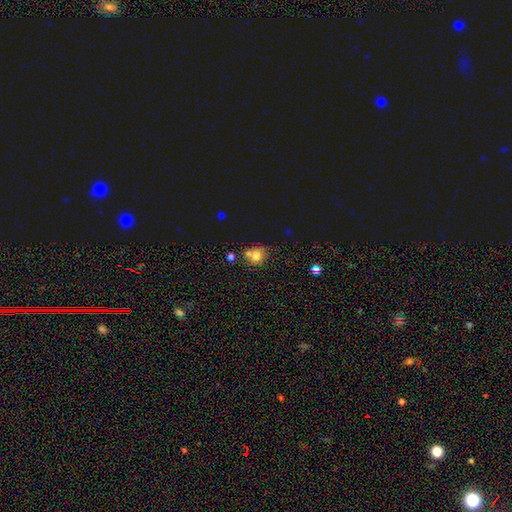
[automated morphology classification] Smooth or featured? smooth (73%)
How rounded? round (77%)
Merging? none (53%)